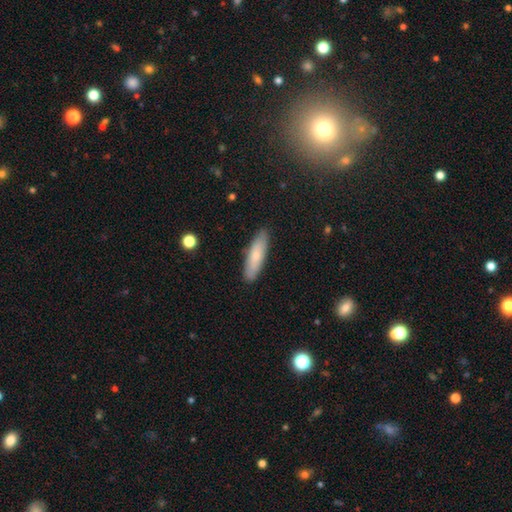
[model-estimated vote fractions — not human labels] Smooth or featured: smooth — 72% (featured or disk — 22%)
How rounded: cigar-shaped — 63% (in between — 35%)
Merging: none — 88% (minor disturbance — 9%)